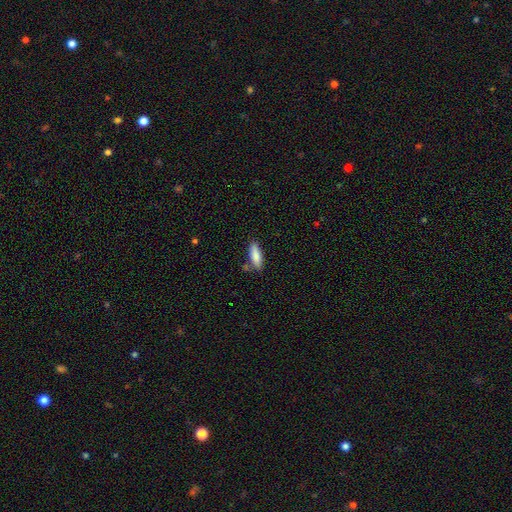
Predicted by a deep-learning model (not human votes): A smooth galaxy with no disk features (85%) that is in between round and cigar-shaped (55%).

Vote fractions:
- Smooth or featured? smooth: 85% / featured or disk: 8% / star or artifact: 7%
- How rounded? in between: 55% / cigar-shaped: 44% / round: 2%
- Merging? none: 74% / minor disturbance: 16% / merger: 7% / major disturbance: 4%